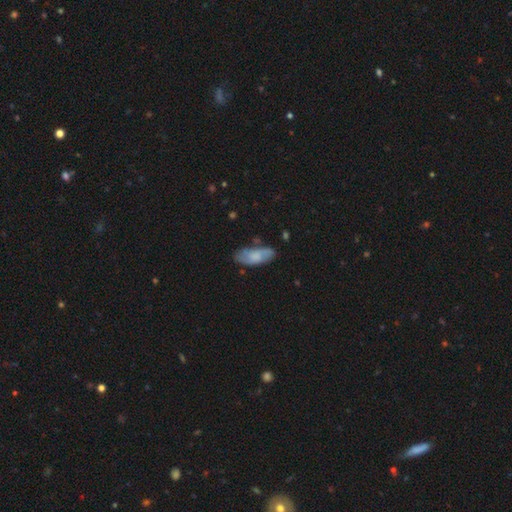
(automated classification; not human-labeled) A smooth galaxy with no disk features (66%) that is in between round and cigar-shaped (81%).

Vote fractions:
- Smooth or featured? smooth: 66% / featured or disk: 27% / star or artifact: 7%
- How rounded? in between: 81% / cigar-shaped: 17% / round: 2%
- Merging? none: 68% / minor disturbance: 23% / major disturbance: 6% / merger: 3%